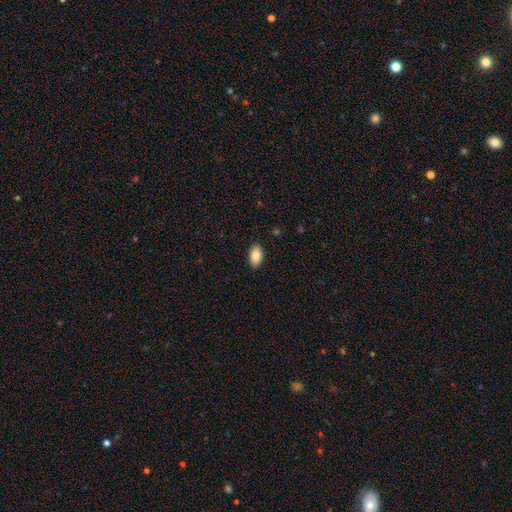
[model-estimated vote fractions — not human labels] This is clearly a smooth galaxy (88%). How rounded: clearly in between (94%). Merging: clearly none (89%).